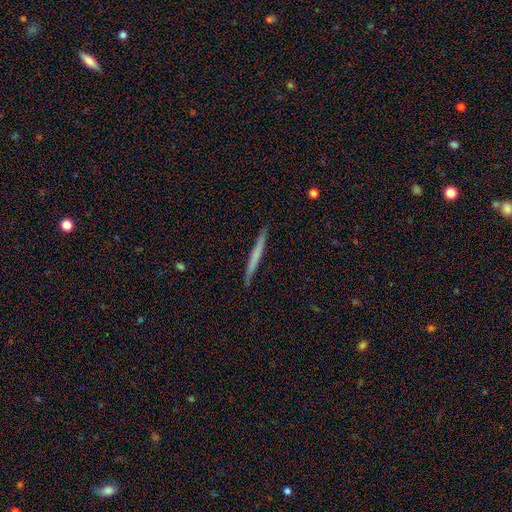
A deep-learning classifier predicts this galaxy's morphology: The model was most divided on "smooth or featured": smooth: 58%, featured or disk: 37%, star or artifact: 6%. More confident: how rounded — cigar-shaped (97%); merging — none (91%).